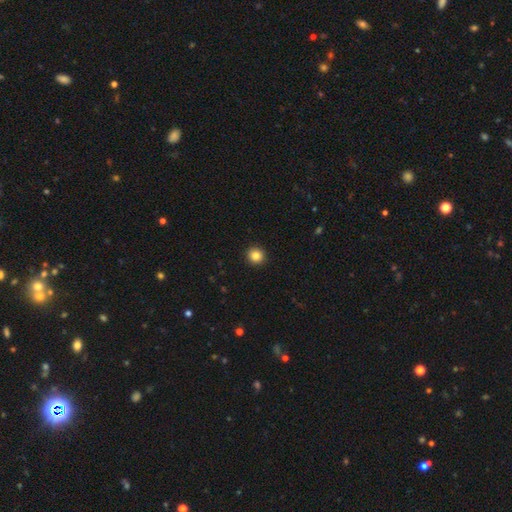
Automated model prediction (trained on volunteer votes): A smooth galaxy with no disk features (85%) that is round (94%). Merging: none (93%).